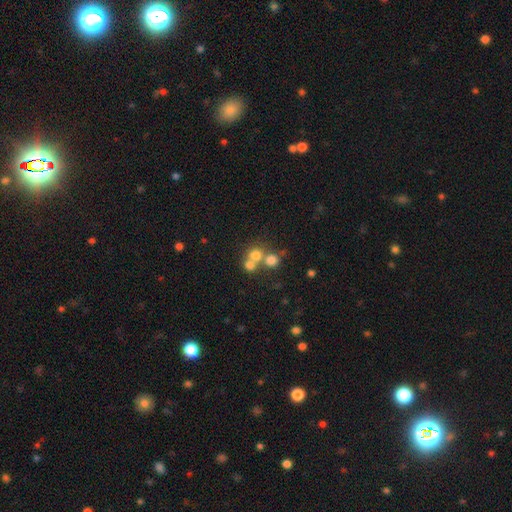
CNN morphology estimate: A smooth galaxy with no disk features (69%) that is round (85%).

Vote fractions:
- Smooth or featured? smooth: 69% / star or artifact: 16% / featured or disk: 15%
- How rounded? round: 85% / in between: 14% / cigar-shaped: 1%
- Merging? merger: 48% / none: 42% / minor disturbance: 6% / major disturbance: 4%